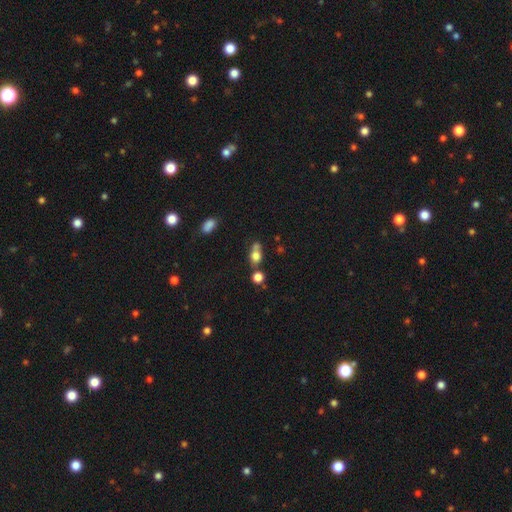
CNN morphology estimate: Smooth or featured? smooth (75%)
How rounded? round (51%)
Merging? none (42%)